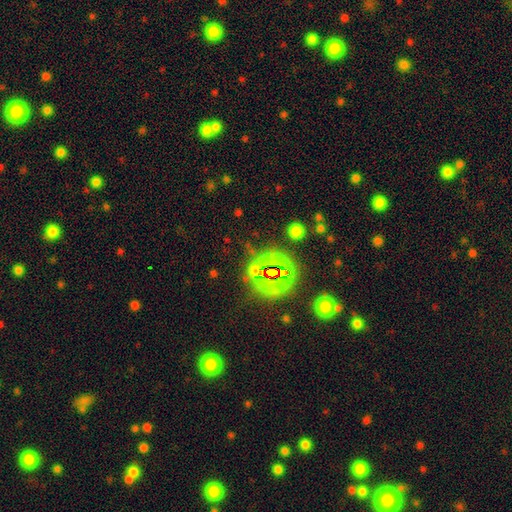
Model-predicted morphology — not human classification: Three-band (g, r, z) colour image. It shows a star or artifact, not a galaxy (69%).